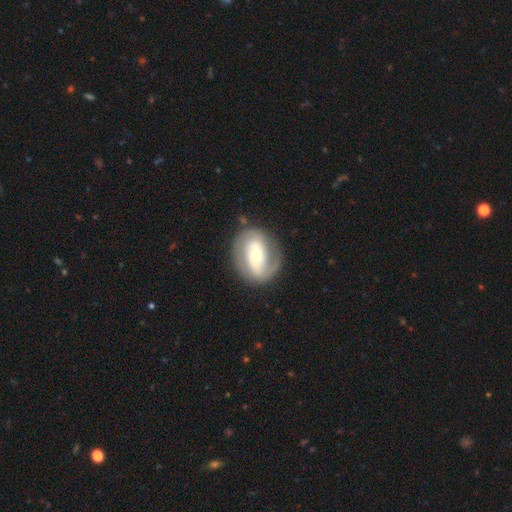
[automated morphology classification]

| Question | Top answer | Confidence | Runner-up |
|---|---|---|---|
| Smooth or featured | featured or disk | 69% | smooth (25%) |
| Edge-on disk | no | 96% | yes (4%) |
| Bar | no | 44% | weak (29%) |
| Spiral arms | yes | 74% | no (26%) |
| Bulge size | moderate | 51% | small (40%) |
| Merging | none | 78% | minor disturbance (14%) |